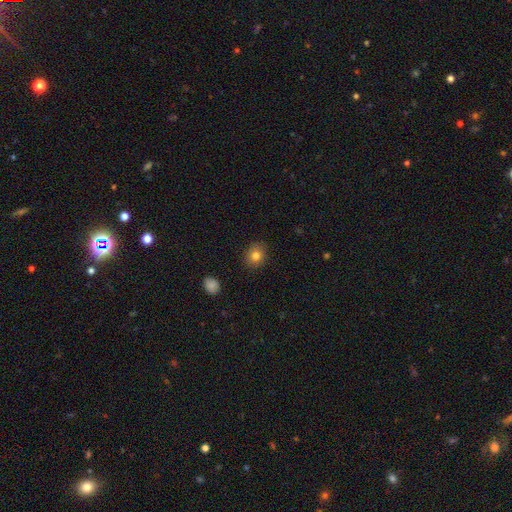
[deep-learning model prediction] A smooth galaxy with no disk features (80%) that is round (67%).

Vote fractions:
- Smooth or featured? smooth: 80% / star or artifact: 11% / featured or disk: 9%
- How rounded? round: 67% / in between: 32% / cigar-shaped: 1%
- Merging? none: 88% / minor disturbance: 9% / major disturbance: 2% / merger: 1%